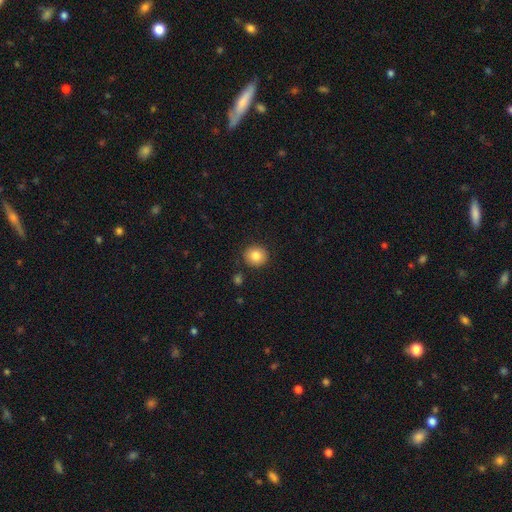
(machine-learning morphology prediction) Smooth or featured: smooth — 85% (star or artifact — 9%)
How rounded: round — 88% (in between — 11%)
Merging: none — 89% (minor disturbance — 7%)